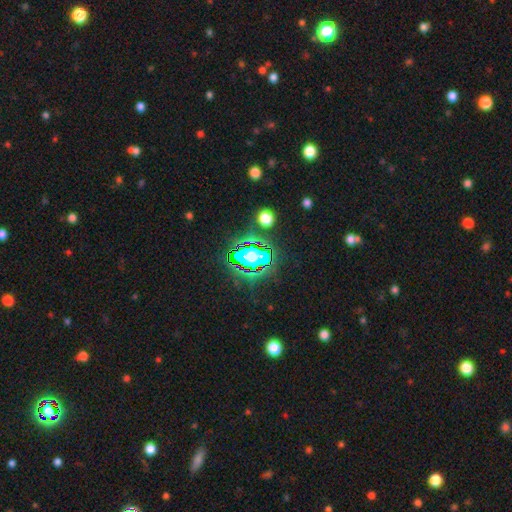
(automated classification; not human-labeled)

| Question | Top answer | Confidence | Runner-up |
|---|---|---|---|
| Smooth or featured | star or artifact | 81% | smooth (12%) |